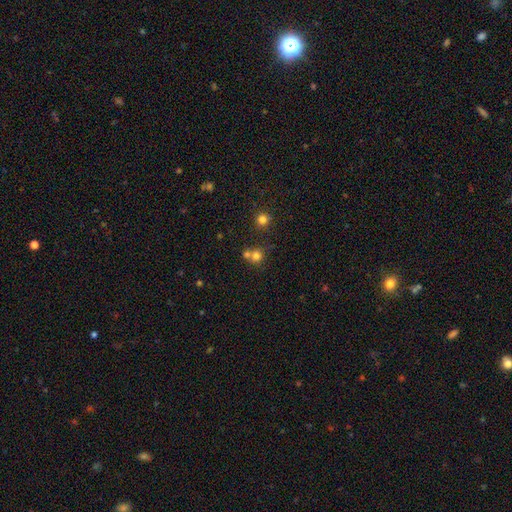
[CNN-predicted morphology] Smooth or featured: smooth — 74% (star or artifact — 16%)
How rounded: round — 87% (in between — 12%)
Merging: none — 49% (merger — 41%)